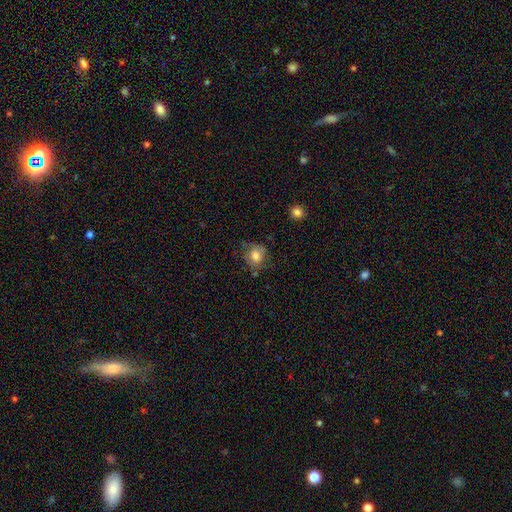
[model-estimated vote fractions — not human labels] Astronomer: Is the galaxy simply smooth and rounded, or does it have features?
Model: smooth — 73%.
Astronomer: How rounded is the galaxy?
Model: round — 72%.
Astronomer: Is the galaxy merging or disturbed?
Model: none — 60%.